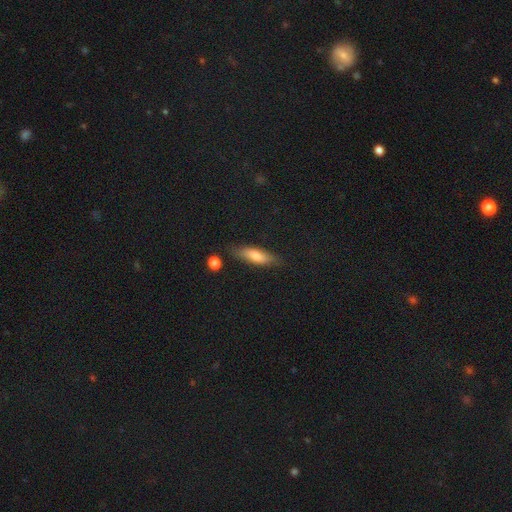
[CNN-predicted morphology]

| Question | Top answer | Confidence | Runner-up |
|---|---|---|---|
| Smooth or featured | smooth | 72% | featured or disk (20%) |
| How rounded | cigar-shaped | 56% | in between (42%) |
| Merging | none | 78% | minor disturbance (15%) |